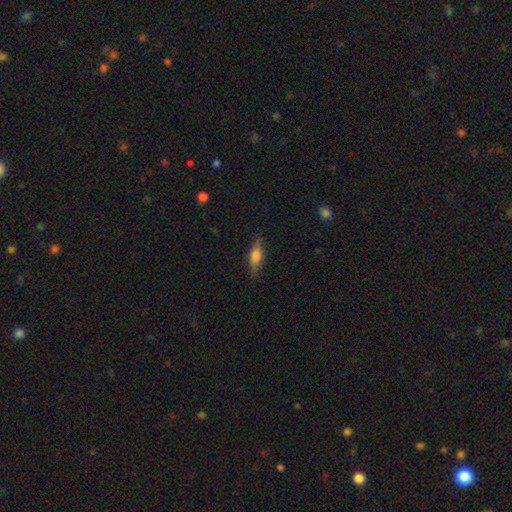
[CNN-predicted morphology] Overall: smooth (62%; featured or disk 31%). How rounded: in between (50%; cigar-shaped 47%). Merging: none (83%).